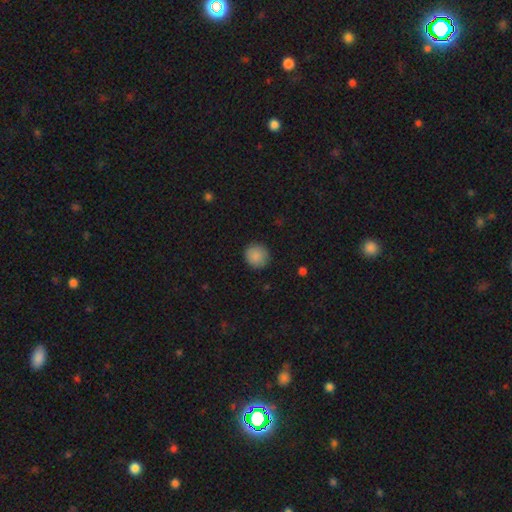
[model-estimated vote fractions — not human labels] smooth 88%, star or artifact 8%, featured or disk 4%. Down the decision tree: how rounded — round (93%); merging — none (91%).